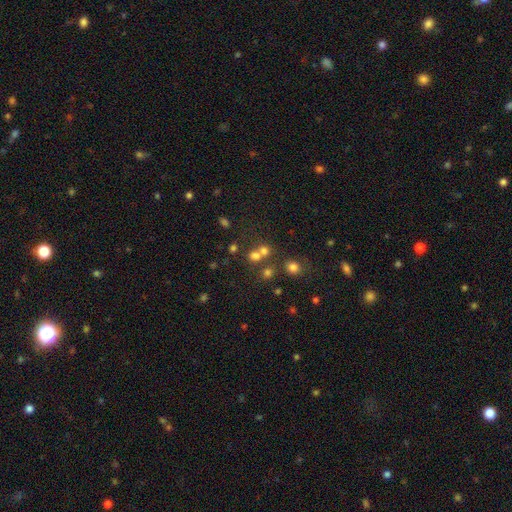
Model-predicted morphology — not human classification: This appears to be a smooth galaxy with no disk features (65%) that is round (77%). Merging: none (49%).